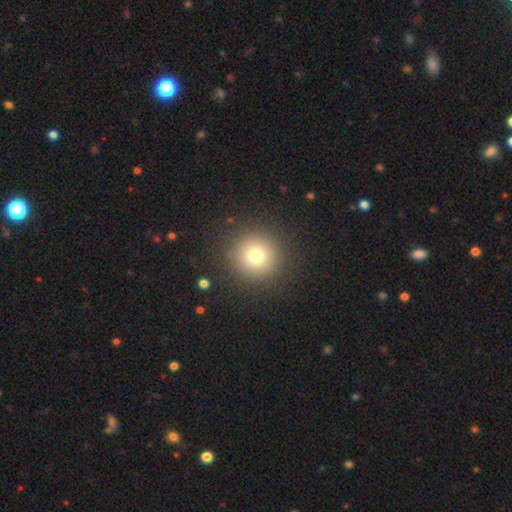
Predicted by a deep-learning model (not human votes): This appears to be a smooth galaxy with no disk features (74%) that is round (95%). Merging: none (90%).